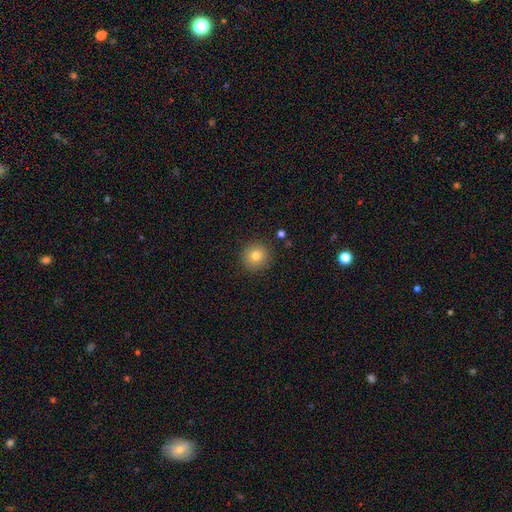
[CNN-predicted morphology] smooth_or_featured: smooth (p=0.80) [alt: star or artifact p=0.11]
how_rounded: round (p=0.93) [alt: in between p=0.06]
merging: none (p=0.90) [alt: minor disturbance p=0.07]